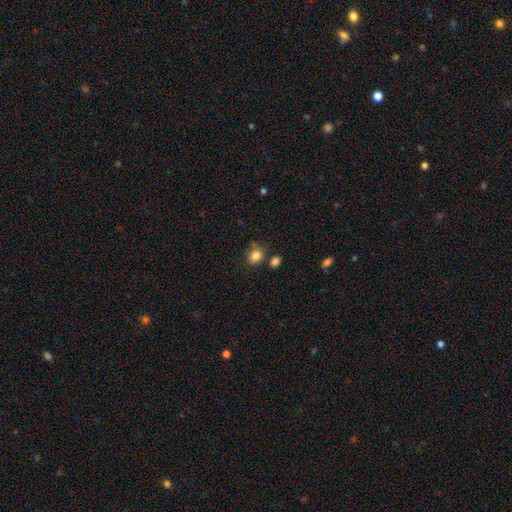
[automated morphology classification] Smooth or featured? Predicted: smooth (p=0.84). How rounded? Predicted: round (p=0.50). Merging? Predicted: none (p=0.68).